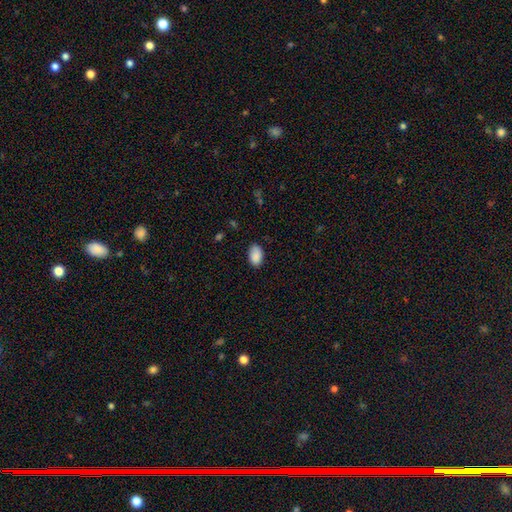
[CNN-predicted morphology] This is clearly a smooth galaxy (89%). How rounded: clearly in between (92%). Merging: clearly none (80%).